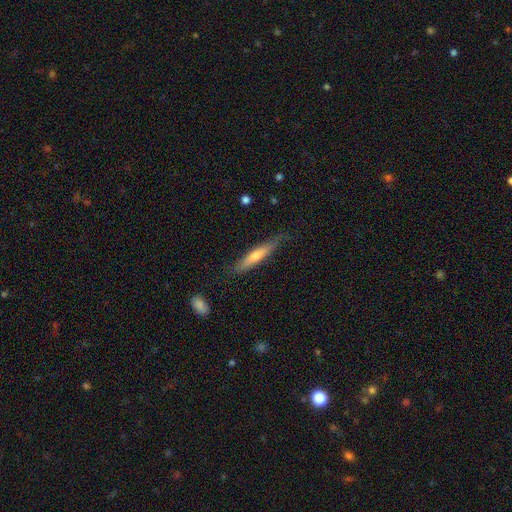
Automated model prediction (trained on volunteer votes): smooth_or_featured: smooth (p=0.47) [tied with: featured or disk p=0.47]
merging: none (p=0.79) [alt: minor disturbance p=0.17]